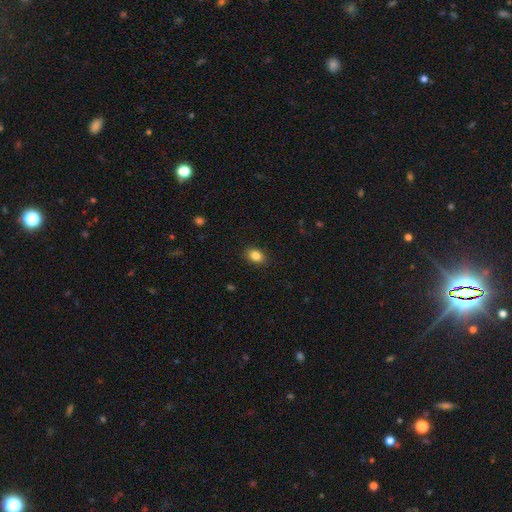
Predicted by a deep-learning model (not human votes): Smooth or featured: smooth — 85% (star or artifact — 9%)
How rounded: in between — 75% (round — 24%)
Merging: none — 89% (minor disturbance — 8%)